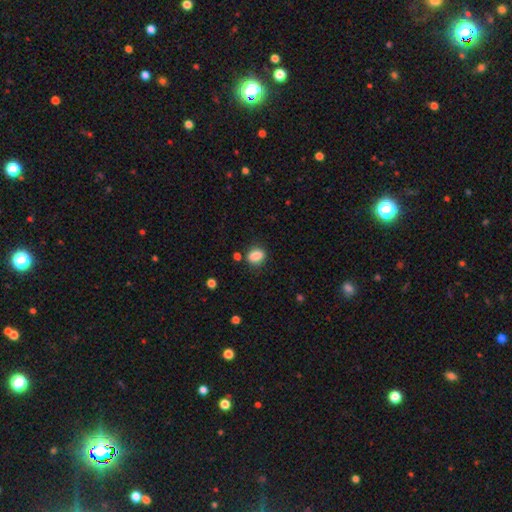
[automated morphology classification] smooth 86%, star or artifact 9%, featured or disk 5%. Down the decision tree: how rounded — in between (68%); merging — none (76%).